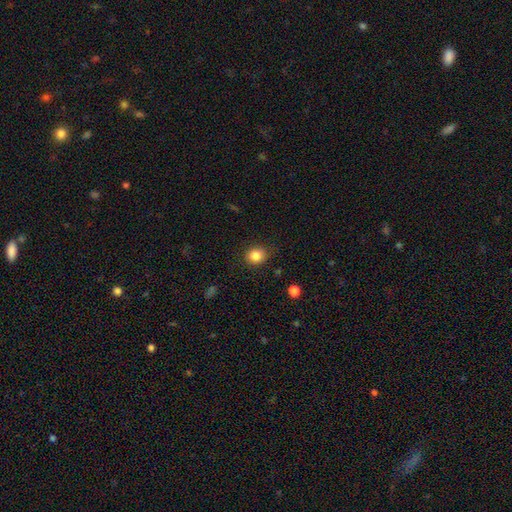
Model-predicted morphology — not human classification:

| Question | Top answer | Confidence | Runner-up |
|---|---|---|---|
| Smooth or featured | smooth | 84% | star or artifact (11%) |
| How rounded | round | 76% | in between (23%) |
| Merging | none | 86% | minor disturbance (10%) |